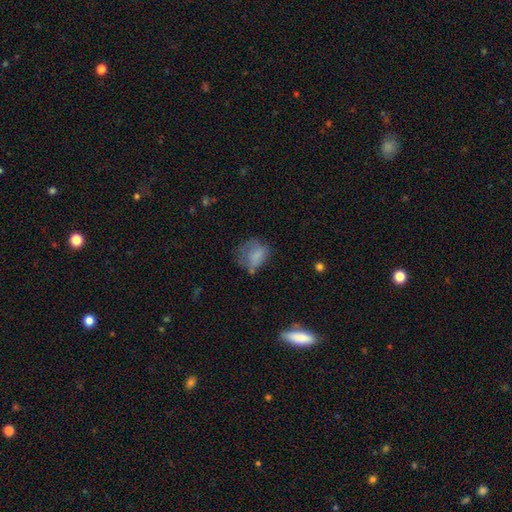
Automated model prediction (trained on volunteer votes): Smooth or featured? smooth (72%)
How rounded? in between (49%, tied with round)
Merging? none (40%)